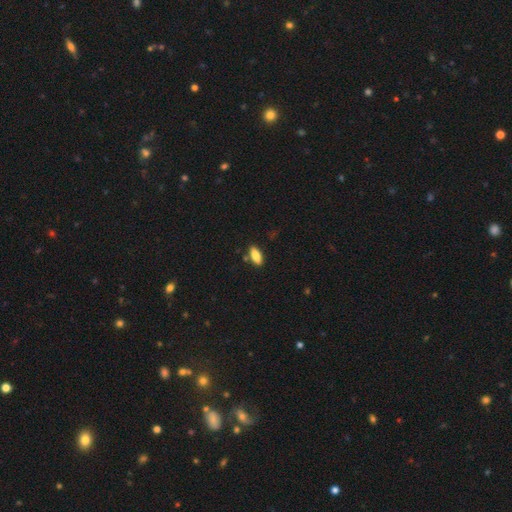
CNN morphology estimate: Smooth or featured?
  - smooth: 85% *
  - featured or disk: 8%
  - star or artifact: 7%
How rounded?
  - in between: 80% *
  - cigar-shaped: 18%
  - round: 3%
Merging?
  - none: 83% *
  - minor disturbance: 11%
  - merger: 4%
  - major disturbance: 2%